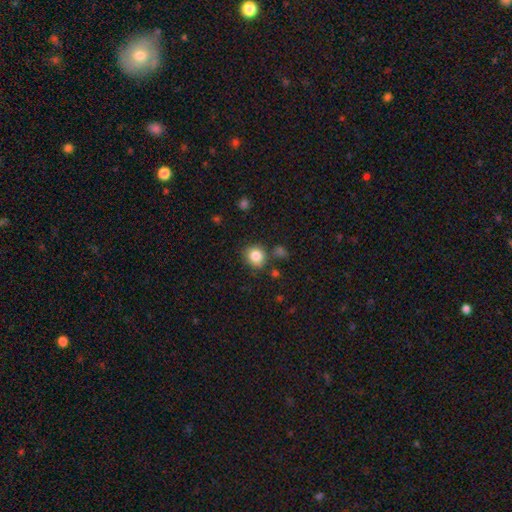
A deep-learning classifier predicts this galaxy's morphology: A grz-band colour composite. It shows a smooth galaxy with no disk features (83%) that is round (75%). Merging: none (77%).